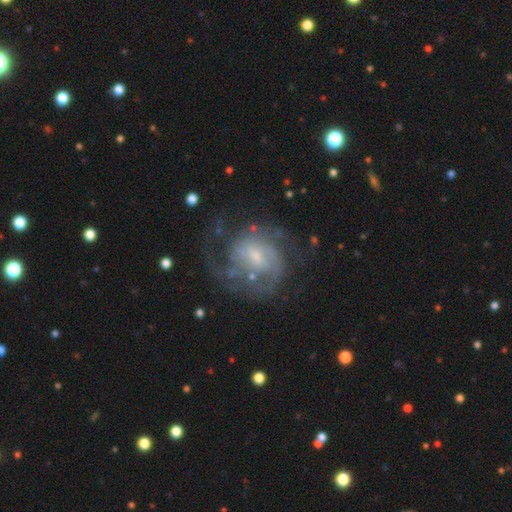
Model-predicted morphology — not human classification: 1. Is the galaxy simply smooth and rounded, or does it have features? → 84% featured or disk, 9% smooth, 6% star or artifact.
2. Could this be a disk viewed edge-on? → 98% no, 2% yes.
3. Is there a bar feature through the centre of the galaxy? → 46% weak, 45% no, 8% strong.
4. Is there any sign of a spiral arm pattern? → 94% yes, 6% no.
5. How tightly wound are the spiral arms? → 44% medium, 40% tight, 16% loose.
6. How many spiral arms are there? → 39% 2, 24% can't tell, 17% 3, 11% 1, 5% 4, 5% more than 4.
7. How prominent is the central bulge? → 61% small, 28% moderate, 7% none, 3% large, 1% dominant.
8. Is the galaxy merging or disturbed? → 60% none, 20% major disturbance, 17% minor disturbance, 3% merger.